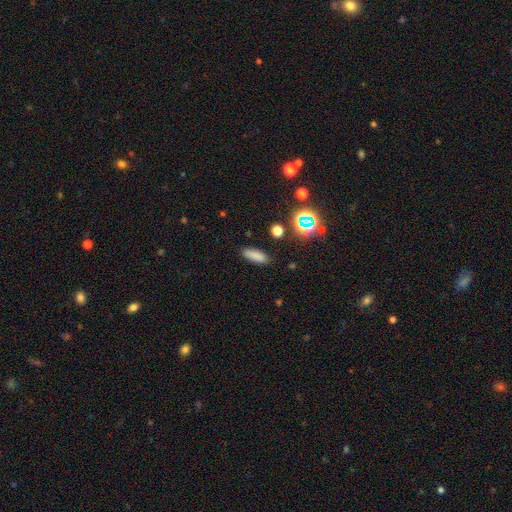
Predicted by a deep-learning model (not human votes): The model was most divided on "how rounded": in between: 53%, cigar-shaped: 44%, round: 4%. More confident: merging — none (87%); smooth or featured — smooth (79%).